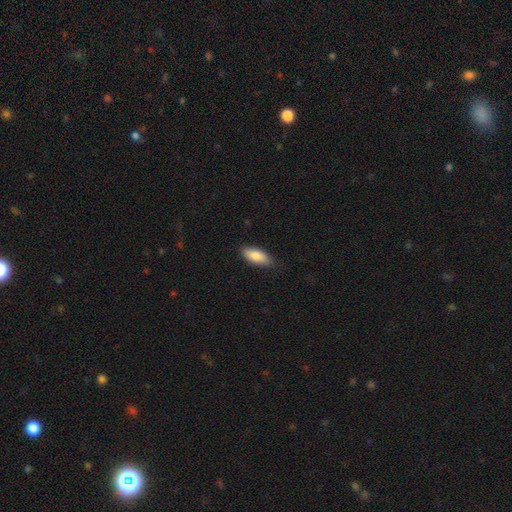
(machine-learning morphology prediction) Smooth or featured? smooth (84%)
How rounded? in between (82%)
Merging? none (81%)